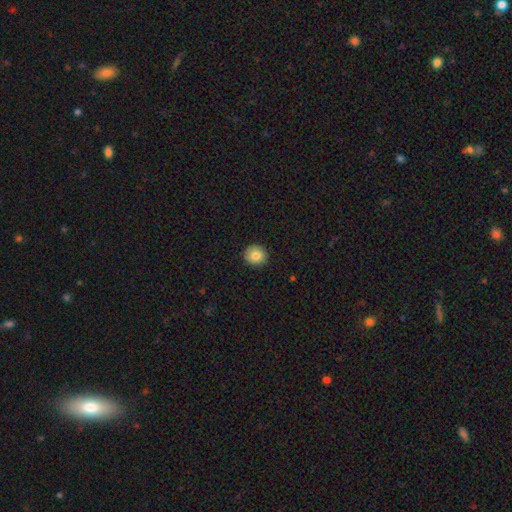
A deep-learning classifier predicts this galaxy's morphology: Smooth or featured?
  - smooth: 83% *
  - star or artifact: 9%
  - featured or disk: 8%
How rounded?
  - round: 89% *
  - in between: 10%
  - cigar-shaped: 1%
Merging?
  - none: 91% *
  - minor disturbance: 6%
  - major disturbance: 2%
  - merger: 1%